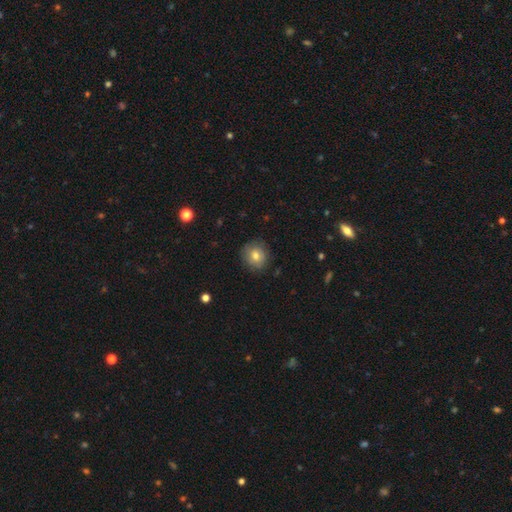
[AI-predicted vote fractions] The model was most divided on "smooth or featured": smooth: 73%, featured or disk: 17%, star or artifact: 10%. More confident: how rounded — round (86%); merging — none (83%).